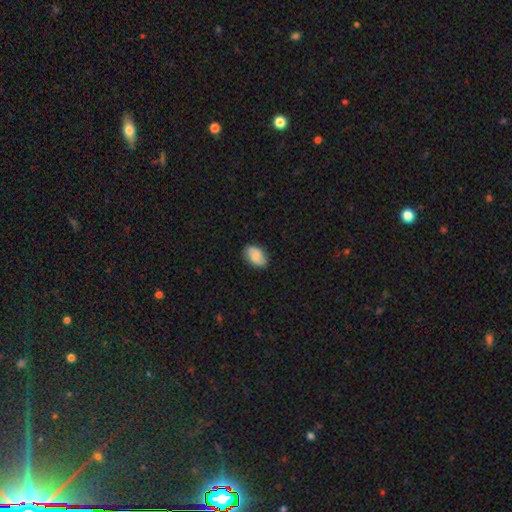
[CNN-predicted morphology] smooth_or_featured: smooth (p=0.56) [alt: featured or disk p=0.36]
how_rounded: in between (p=0.85) [alt: round p=0.13]
merging: none (p=0.82) [alt: minor disturbance p=0.14]